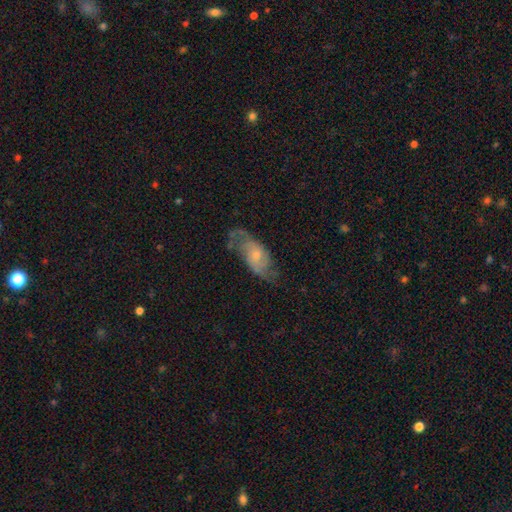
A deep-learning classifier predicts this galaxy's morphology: Smooth or featured?
  - featured or disk: 71% *
  - smooth: 23%
  - star or artifact: 7%
Edge-on disk?
  - no: 92% *
  - yes: 8%
Bar?
  - no: 68% *
  - weak: 28%
  - strong: 4%
Spiral arms?
  - yes: 88% *
  - no: 12%
Spiral winding?
  - medium: 43% *
  - loose: 35%
  - tight: 22%
Spiral arm count?
  - 2: 70% *
  - can't tell: 17%
  - 3: 5%
  - 1: 4%
  - 4: 2%
  - more than 4: 2%
Bulge size?
  - small: 52% *
  - moderate: 39%
  - none: 4%
  - large: 3%
  - dominant: 1%
Merging?
  - none: 60% *
  - minor disturbance: 23%
  - major disturbance: 15%
  - merger: 2%